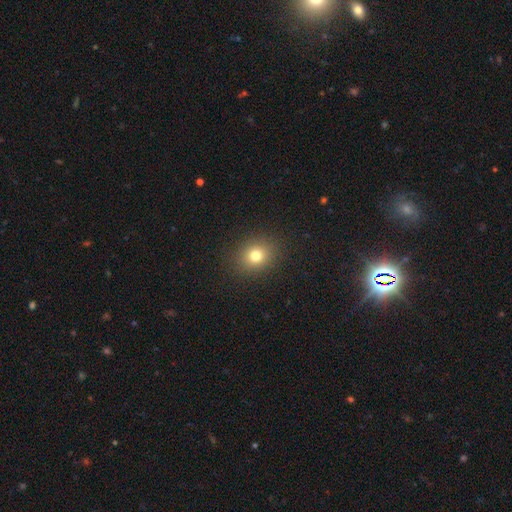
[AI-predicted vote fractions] Q: Smooth or featured?
A: smooth (77%); runner-up: star or artifact (14%)
Q: How rounded?
A: round (62%); runner-up: in between (37%)
Q: Merging?
A: none (89%); runner-up: minor disturbance (7%)